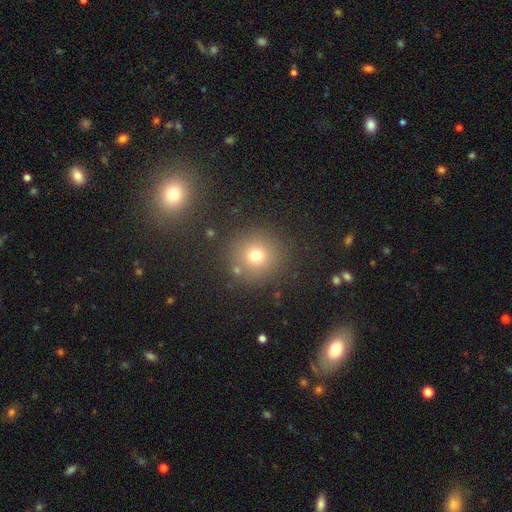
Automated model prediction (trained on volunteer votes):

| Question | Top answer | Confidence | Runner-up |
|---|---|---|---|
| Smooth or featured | smooth | 72% | star or artifact (18%) |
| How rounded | round | 93% | in between (6%) |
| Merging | none | 84% | minor disturbance (8%) |